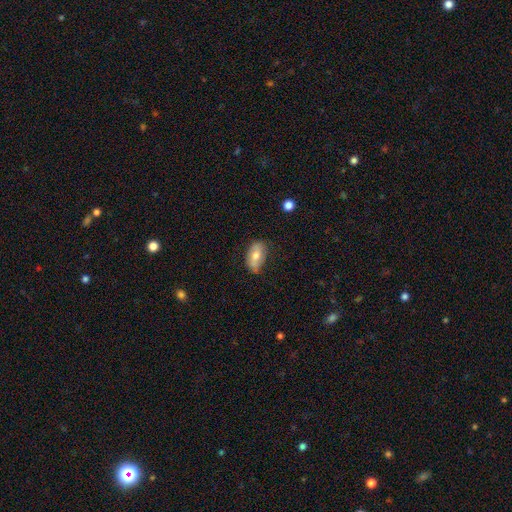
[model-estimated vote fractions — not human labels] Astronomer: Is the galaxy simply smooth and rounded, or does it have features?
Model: smooth — 66%.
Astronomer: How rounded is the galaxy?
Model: in between — 91%.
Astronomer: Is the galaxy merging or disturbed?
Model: none — 63%.